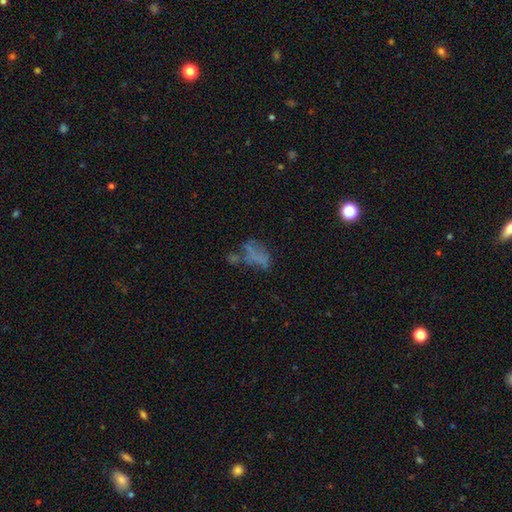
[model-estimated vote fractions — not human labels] A smooth galaxy with no disk features (42%). Merging: none (36%).